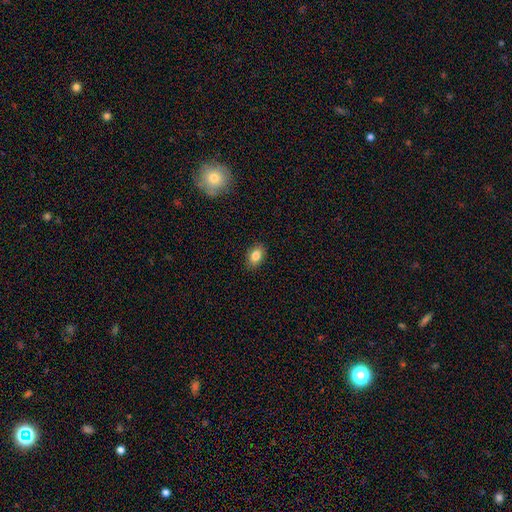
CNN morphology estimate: Q: Smooth or featured?
A: smooth (84%); runner-up: star or artifact (9%)
Q: How rounded?
A: in between (82%); runner-up: round (16%)
Q: Merging?
A: none (88%); runner-up: minor disturbance (9%)